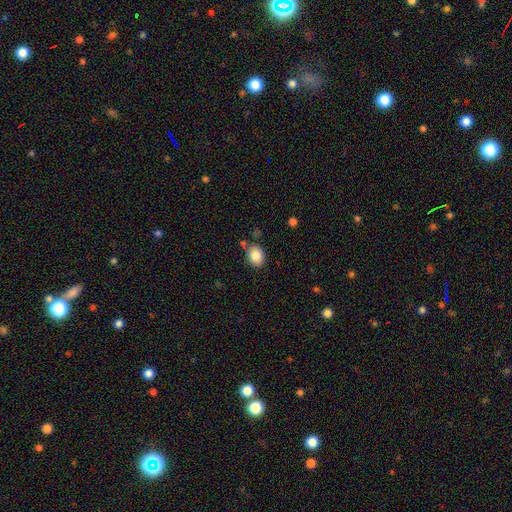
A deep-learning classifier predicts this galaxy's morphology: A smooth galaxy with no disk features (84%) that is in between round and cigar-shaped (62%). Merging: none (78%).